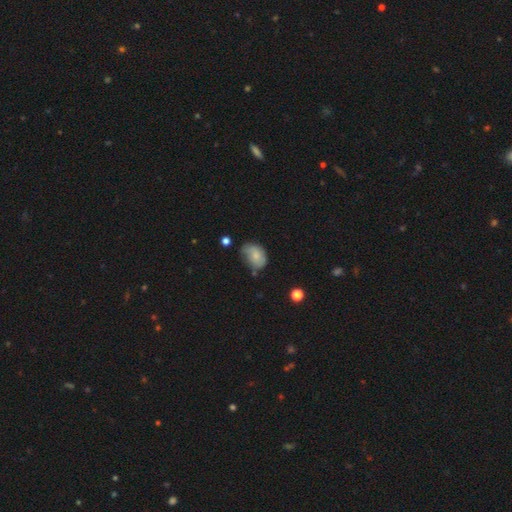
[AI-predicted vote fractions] The model was most divided on "merging": none: 45%, minor disturbance: 38%, major disturbance: 12%, merger: 5%. More confident: how rounded — in between (76%); smooth or featured — smooth (71%).